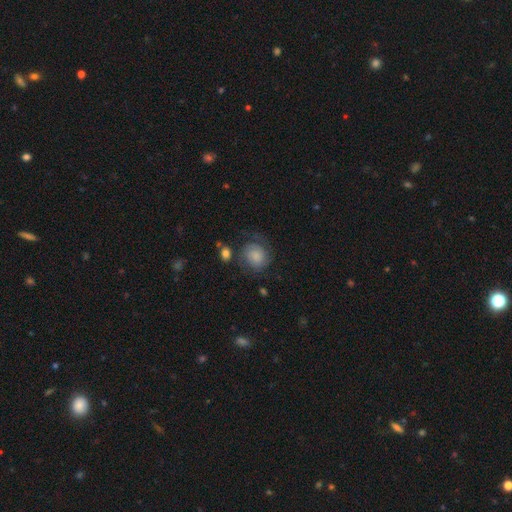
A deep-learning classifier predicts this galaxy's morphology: smooth_or_featured: smooth (p=0.60) [alt: featured or disk p=0.32]
how_rounded: round (p=0.77) [alt: in between p=0.22]
merging: none (p=0.55) [alt: minor disturbance p=0.22]